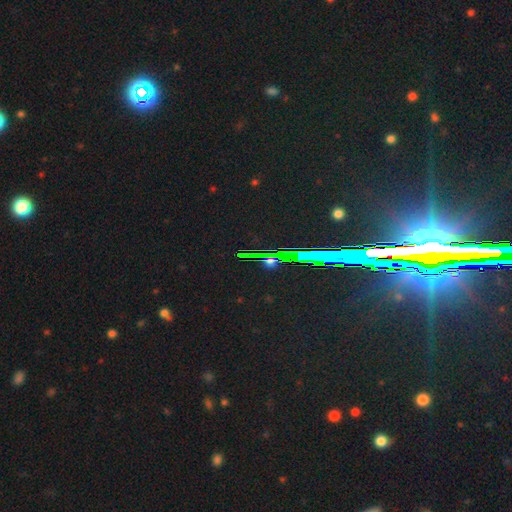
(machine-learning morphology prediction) A star or artifact, not a galaxy (78%).